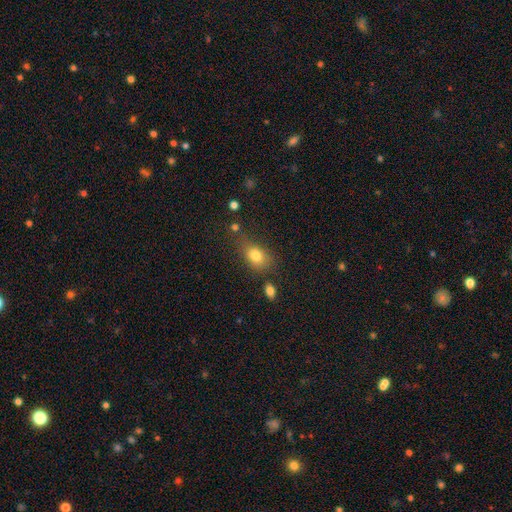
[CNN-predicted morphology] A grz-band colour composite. It shows a smooth galaxy with no disk features (80%) that is in between round and cigar-shaped (75%). Merging: none (62%).